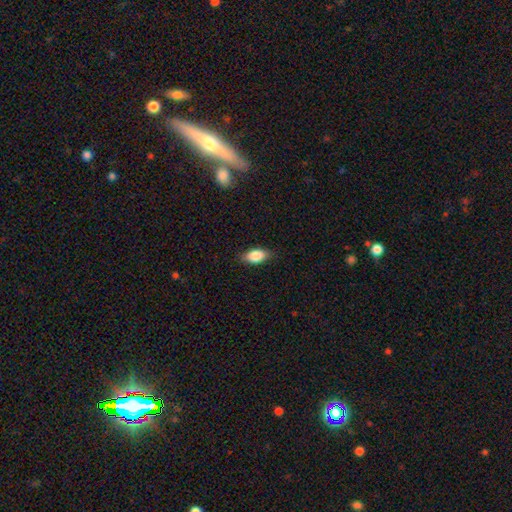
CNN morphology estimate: Smooth or featured? smooth (84%)
How rounded? in between (88%)
Merging? none (84%)